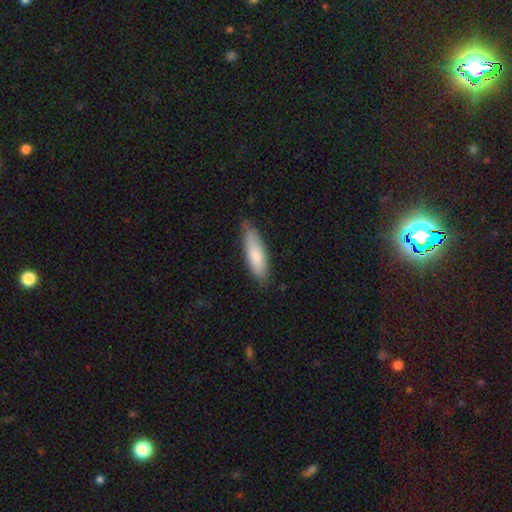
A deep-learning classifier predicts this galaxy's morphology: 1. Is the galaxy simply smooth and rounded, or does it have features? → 81% smooth, 14% featured or disk, 5% star or artifact.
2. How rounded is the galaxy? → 55% cigar-shaped, 44% in between, 1% round.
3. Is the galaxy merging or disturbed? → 76% none, 20% minor disturbance, 3% major disturbance, 1% merger.